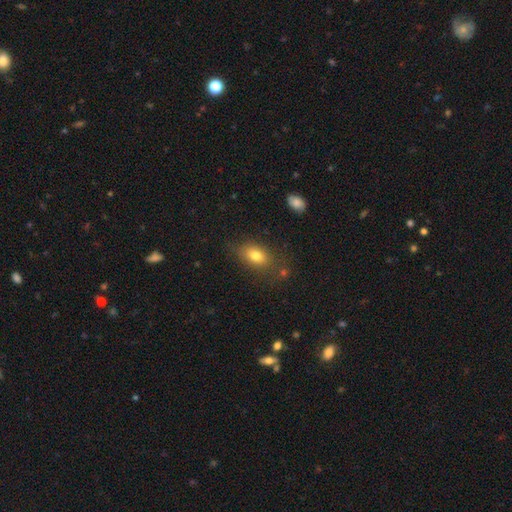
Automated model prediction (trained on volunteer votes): smooth 77%, featured or disk 12%, star or artifact 10%. Down the decision tree: how rounded — in between (81%); merging — none (73%).